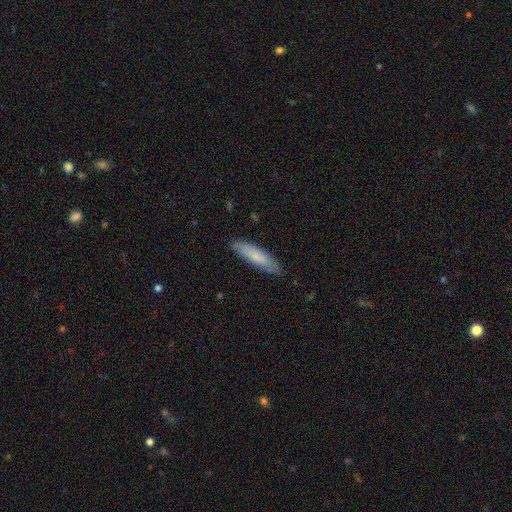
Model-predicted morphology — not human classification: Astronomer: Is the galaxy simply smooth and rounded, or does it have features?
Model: smooth — 74%.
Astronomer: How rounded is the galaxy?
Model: cigar-shaped — 75%.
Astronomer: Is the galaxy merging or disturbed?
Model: none — 84%.